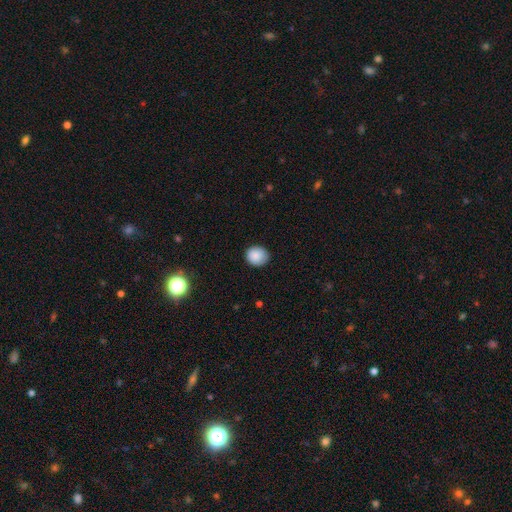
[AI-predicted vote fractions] This appears to be a smooth galaxy with no disk features (88%) that is round (80%). Merging: none (85%).